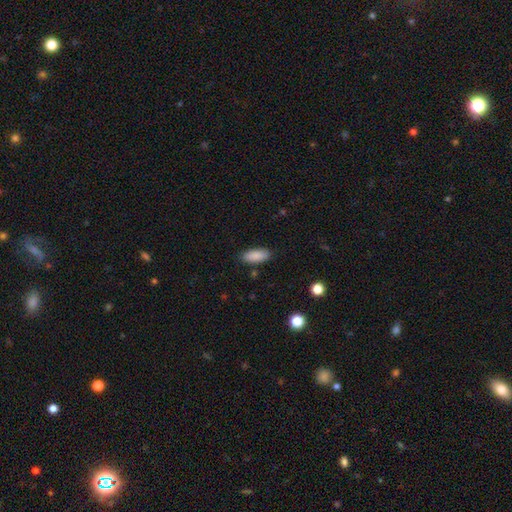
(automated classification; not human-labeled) The model was most divided on "how rounded": in between: 84%, cigar-shaped: 14%, round: 2%. More confident: smooth or featured — smooth (88%); merging — none (87%).